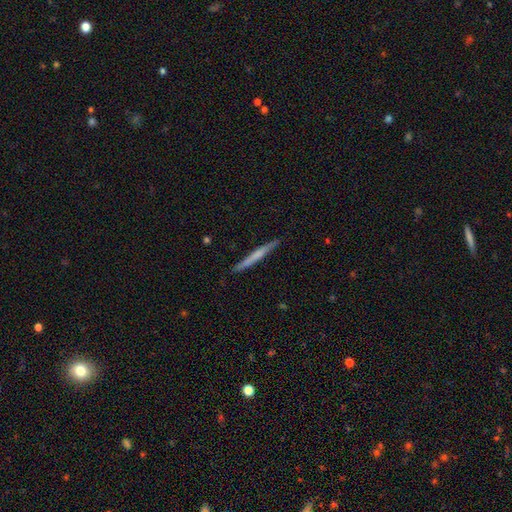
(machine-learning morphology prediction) Smooth or featured: smooth — 48% (featured or disk — 47%)
Merging: none — 90% (minor disturbance — 7%)